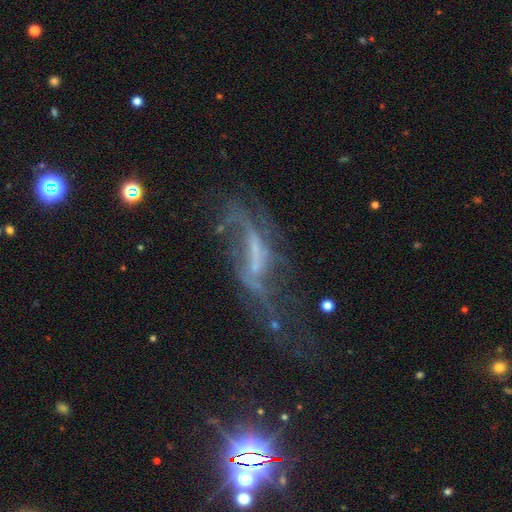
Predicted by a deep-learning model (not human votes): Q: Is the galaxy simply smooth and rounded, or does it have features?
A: featured or disk — 69%.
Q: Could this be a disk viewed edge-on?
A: no — 80%.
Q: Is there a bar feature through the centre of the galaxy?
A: no — 36%.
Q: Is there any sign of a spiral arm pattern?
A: yes — 58%.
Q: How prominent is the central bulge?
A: none — 51%.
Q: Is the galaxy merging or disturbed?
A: major disturbance — 47%.